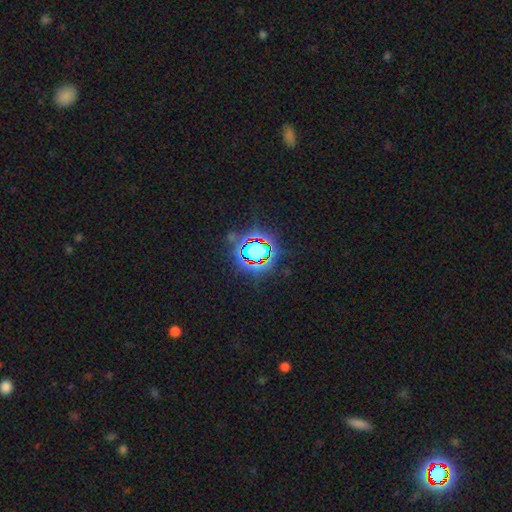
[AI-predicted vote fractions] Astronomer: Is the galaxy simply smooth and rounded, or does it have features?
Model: star or artifact — 81%.